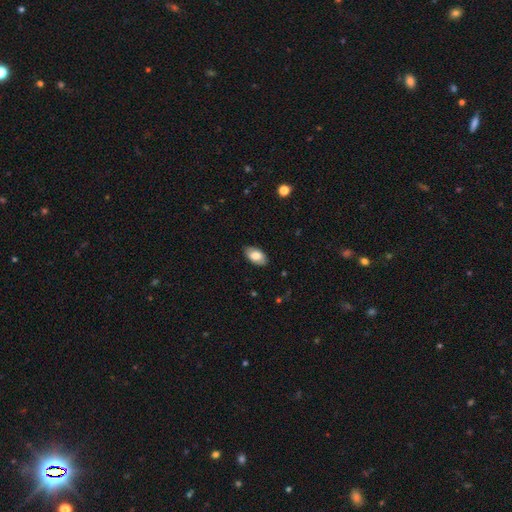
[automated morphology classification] smooth-or-featured: smooth: 79% | featured or disk: 15% | star or artifact: 6%
  how-rounded: in between: 95% | round: 4% | cigar-shaped: 2%
  merging: none: 86% | minor disturbance: 11% | major disturbance: 2% | merger: 1%